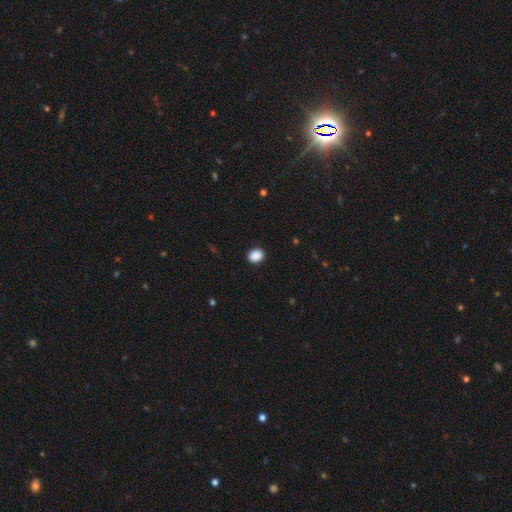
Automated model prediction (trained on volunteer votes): Smooth or featured? smooth (89%)
How rounded? round (57%)
Merging? none (90%)